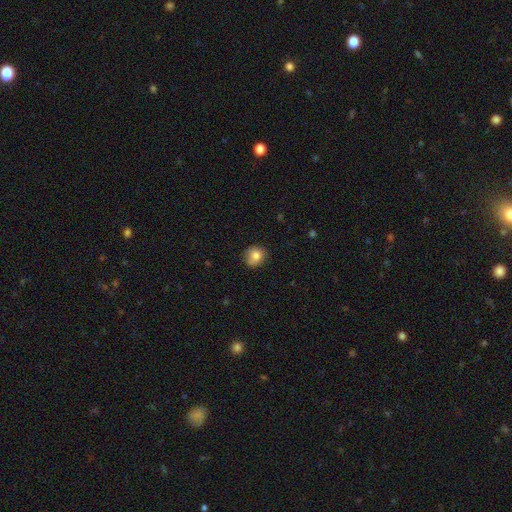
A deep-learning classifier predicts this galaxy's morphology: type=smooth (81%); roundness=round (79%); merging=none (77%).